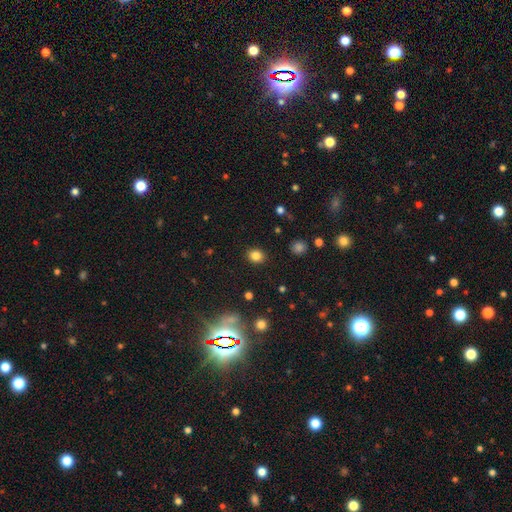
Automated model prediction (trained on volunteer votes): Morphology: type=smooth (82%); roundness=round (68%); merging=none (89%).